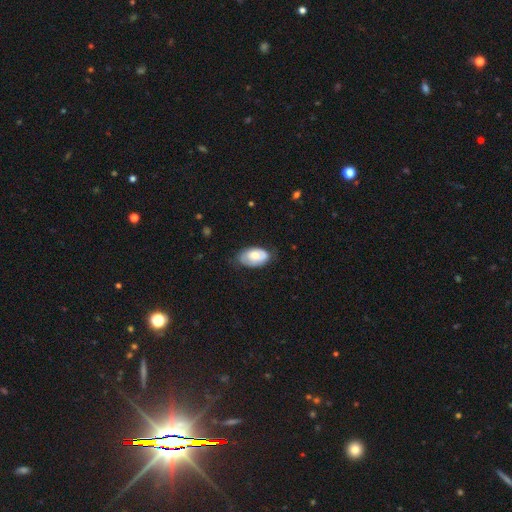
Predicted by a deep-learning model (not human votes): This appears to be a smooth galaxy with no disk features (61%) that is in between round and cigar-shaped (93%). Merging: none (65%).